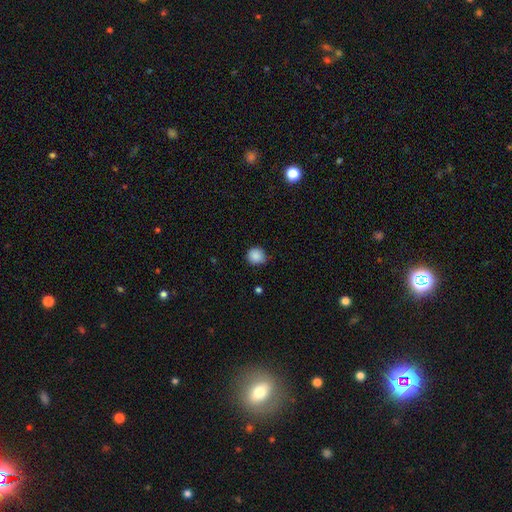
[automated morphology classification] Smooth or featured? Predicted: smooth (p=0.88). How rounded? Predicted: round (p=0.90). Merging? Predicted: none (p=0.80).